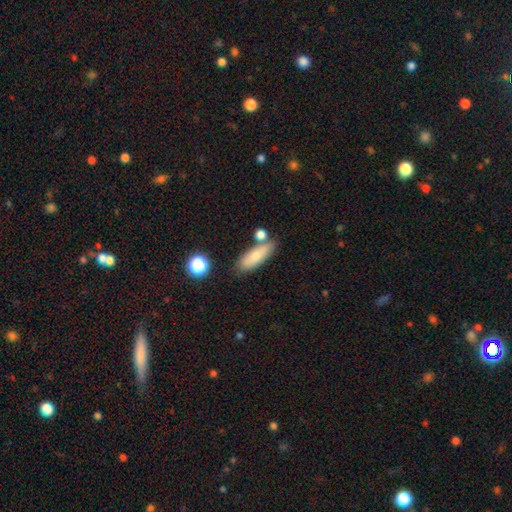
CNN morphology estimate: This appears to be a smooth galaxy with no disk features (78%) that is in between round and cigar-shaped (55%). Merging: none (68%).